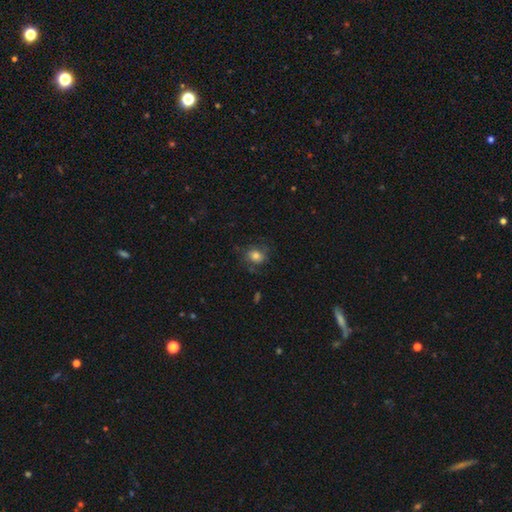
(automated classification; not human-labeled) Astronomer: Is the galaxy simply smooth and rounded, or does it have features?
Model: smooth — 68%.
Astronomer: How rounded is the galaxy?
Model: round — 57% (runner-up: in between, 41%).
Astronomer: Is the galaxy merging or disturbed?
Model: none — 66%.